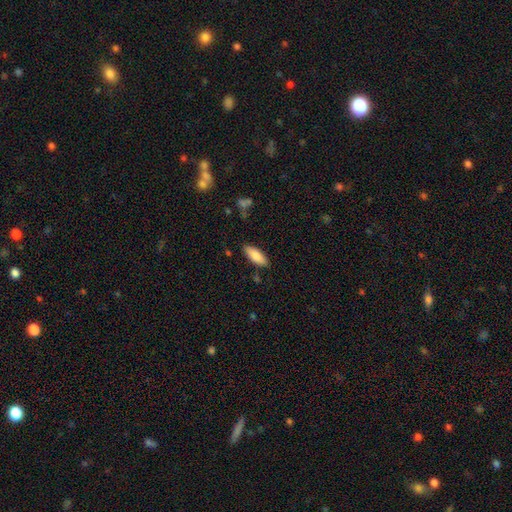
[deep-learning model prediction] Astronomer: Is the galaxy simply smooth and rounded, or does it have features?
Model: smooth — 83%.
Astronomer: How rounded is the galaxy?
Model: in between — 73%.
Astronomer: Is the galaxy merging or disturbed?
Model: none — 85%.